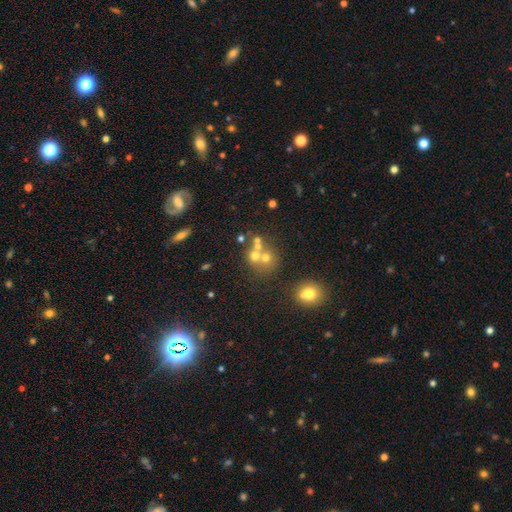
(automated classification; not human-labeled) A smooth galaxy with no disk features (55%) that is round (81%). Merging: merger (44%).